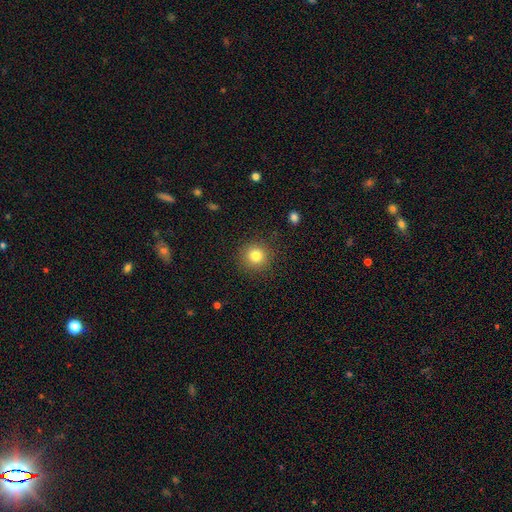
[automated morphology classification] smooth_or_featured: smooth (p=0.81) [alt: star or artifact p=0.12]
how_rounded: round (p=0.93) [alt: in between p=0.06]
merging: none (p=0.89) [alt: minor disturbance p=0.07]